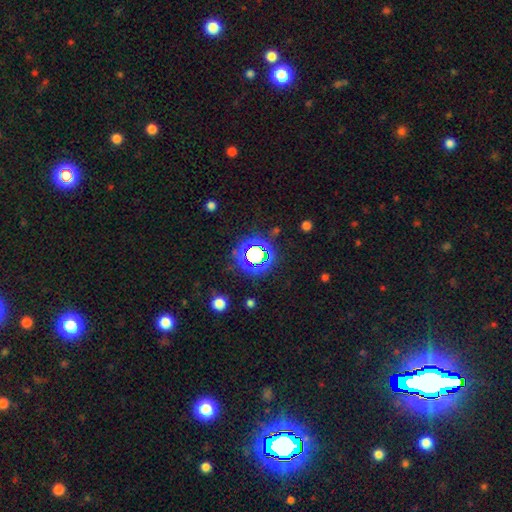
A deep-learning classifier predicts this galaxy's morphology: Q: Smooth or featured?
A: star or artifact (69%); runner-up: smooth (21%)